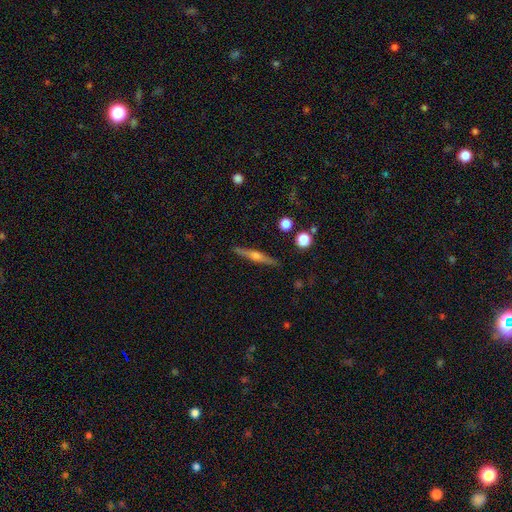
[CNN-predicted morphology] Smooth or featured? featured or disk (71%)
Edge-on disk? yes (98%)
Edge-on bulge? rounded (89%)
Merging? none (89%)